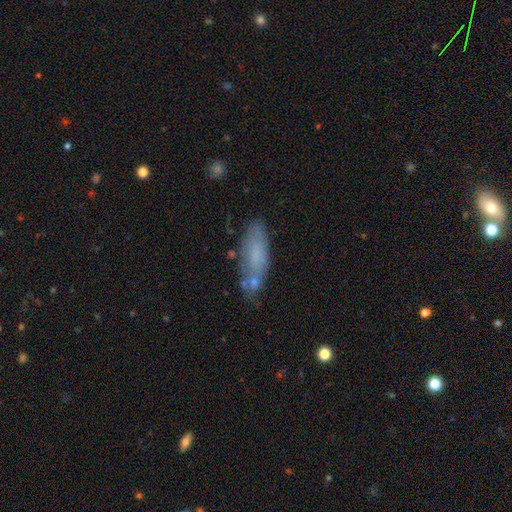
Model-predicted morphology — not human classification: Overall: smooth (64%; featured or disk 27%). How rounded: cigar-shaped (52%; in between 46%). Merging: none (62%).